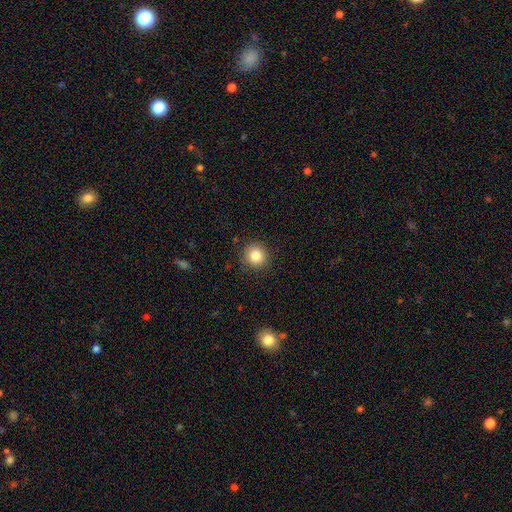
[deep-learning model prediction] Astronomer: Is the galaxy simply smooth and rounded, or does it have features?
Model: smooth — 83%.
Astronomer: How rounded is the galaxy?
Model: round — 92%.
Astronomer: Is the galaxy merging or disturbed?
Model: none — 89%.